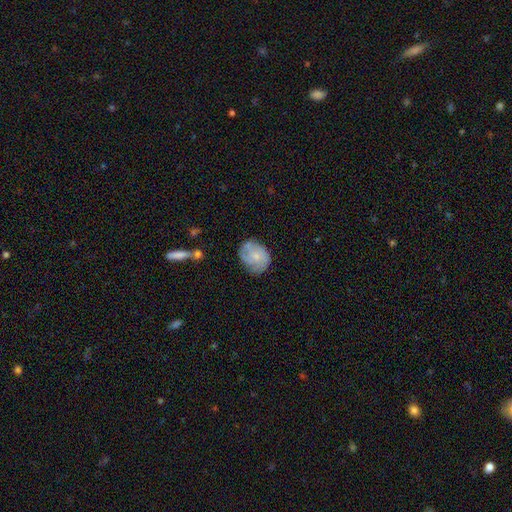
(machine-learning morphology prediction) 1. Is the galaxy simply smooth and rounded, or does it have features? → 51% smooth, 42% featured or disk, 7% star or artifact.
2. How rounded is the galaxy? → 54% round, 45% in between, 1% cigar-shaped.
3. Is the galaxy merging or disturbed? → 62% none, 27% minor disturbance, 8% major disturbance, 3% merger.